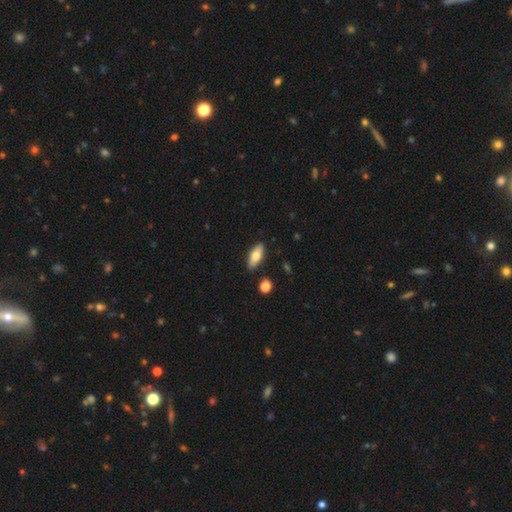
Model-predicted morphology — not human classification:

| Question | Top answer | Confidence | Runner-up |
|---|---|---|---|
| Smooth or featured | smooth | 73% | featured or disk (21%) |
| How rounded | in between | 77% | cigar-shaped (20%) |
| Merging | none | 86% | minor disturbance (10%) |